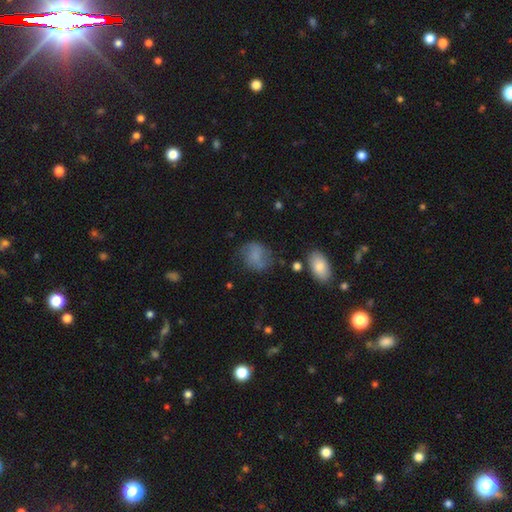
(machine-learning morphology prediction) Smooth or featured? Predicted: smooth (p=0.66). How rounded? Predicted: round (p=0.56). Merging? Predicted: none (p=0.63).